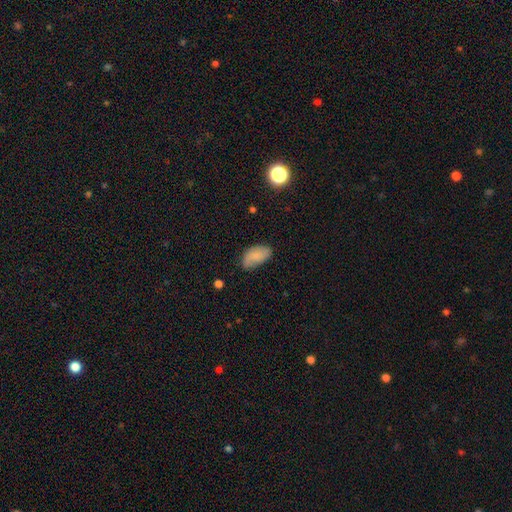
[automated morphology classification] A smooth galaxy with no disk features (76%) that is in between round and cigar-shaped (94%). Merging: none (62%).